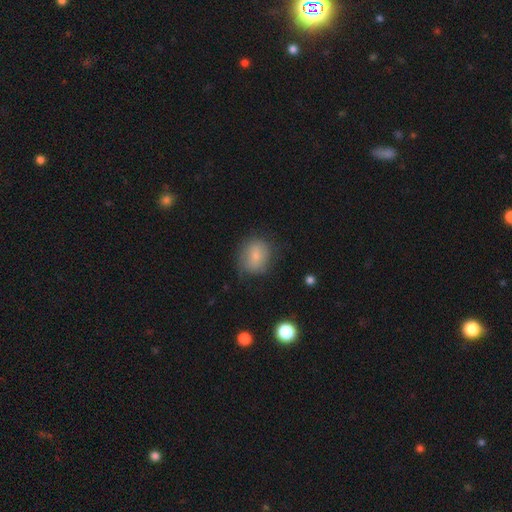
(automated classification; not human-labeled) smooth_or_featured: smooth (p=0.75) [alt: featured or disk p=0.16]
how_rounded: round (p=0.68) [alt: in between p=0.31]
merging: none (p=0.70) [alt: minor disturbance p=0.22]